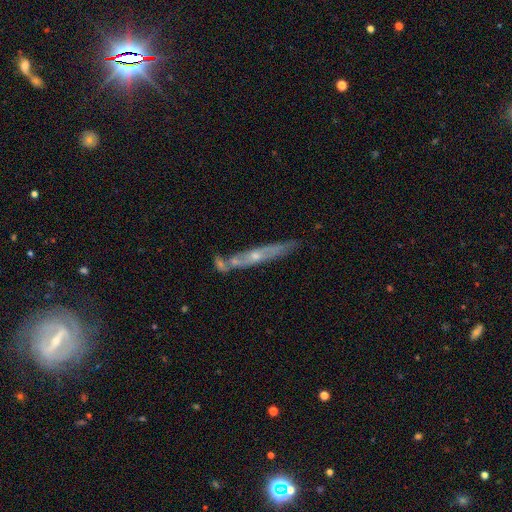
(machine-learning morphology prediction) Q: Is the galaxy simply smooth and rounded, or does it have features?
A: featured or disk — 67%.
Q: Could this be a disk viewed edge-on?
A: yes — 74%.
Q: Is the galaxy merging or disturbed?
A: none — 59%.